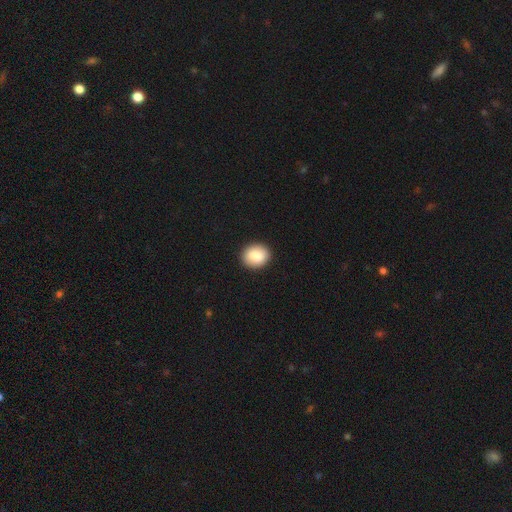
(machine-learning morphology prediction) type=smooth (86%); roundness=round (64%); merging=none (91%).